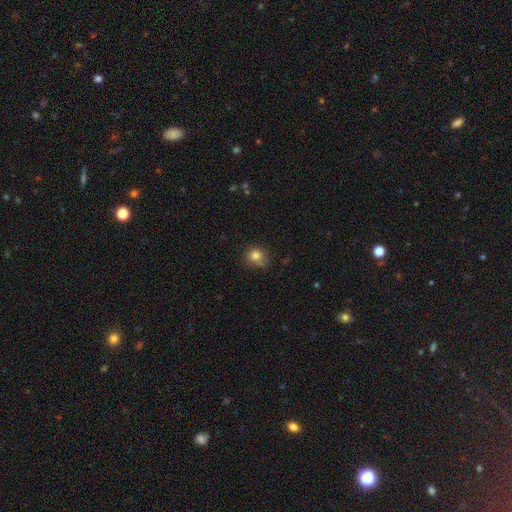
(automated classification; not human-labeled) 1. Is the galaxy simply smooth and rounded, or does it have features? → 82% smooth, 11% star or artifact, 7% featured or disk.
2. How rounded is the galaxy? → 80% round, 19% in between, 1% cigar-shaped.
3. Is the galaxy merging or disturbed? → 66% none, 25% minor disturbance, 7% major disturbance, 2% merger.